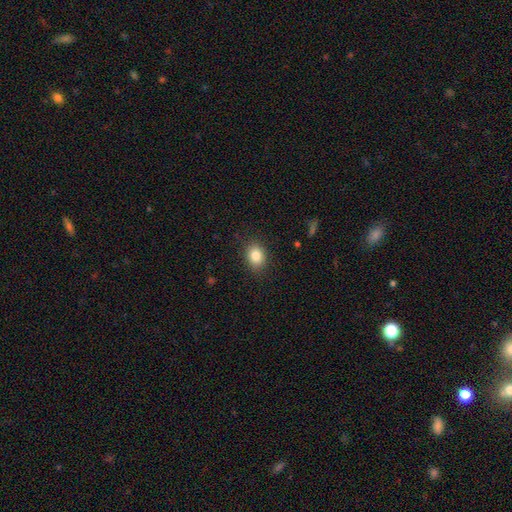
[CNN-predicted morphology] smooth 84%, star or artifact 9%, featured or disk 6%. Down the decision tree: how rounded — in between (60%); merging — none (87%).